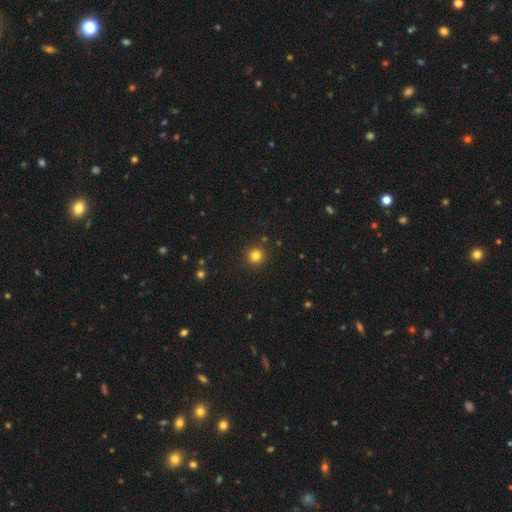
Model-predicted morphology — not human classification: smooth-or-featured: smooth: 81% | star or artifact: 14% | featured or disk: 5%
  how-rounded: round: 95% | in between: 4% | cigar-shaped: 1%
  merging: none: 92% | minor disturbance: 5% | major disturbance: 2% | merger: 2%